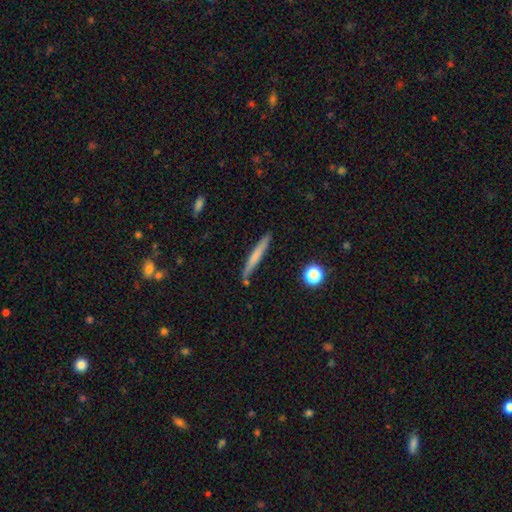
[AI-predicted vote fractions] Smooth or featured? smooth (61%)
How rounded? cigar-shaped (95%)
Merging? none (85%)